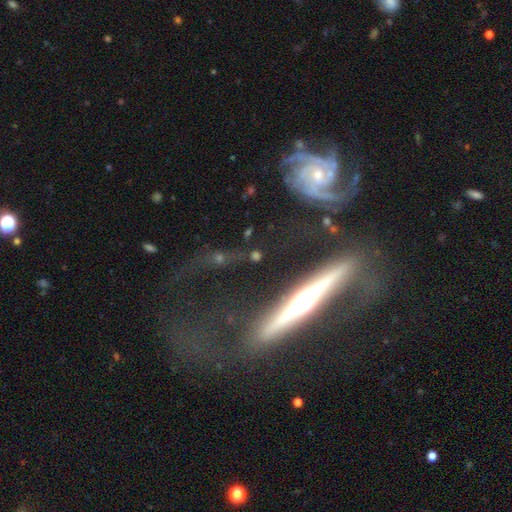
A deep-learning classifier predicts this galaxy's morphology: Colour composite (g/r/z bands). It shows a featured or disk galaxy (79%) viewed edge-on (77%) with a rounded central bulge (81%). Merging: none (58%).